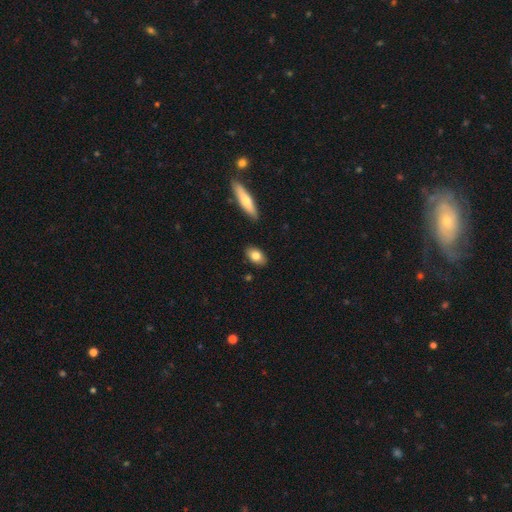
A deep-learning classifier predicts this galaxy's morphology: Smooth or featured? Predicted: smooth (p=0.79). How rounded? Predicted: in between (p=0.88). Merging? Predicted: none (p=0.87).